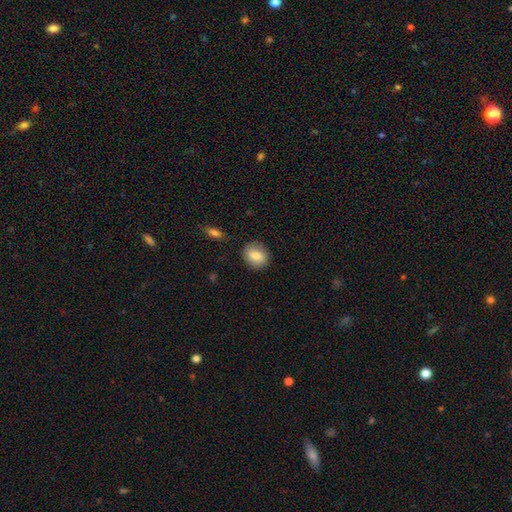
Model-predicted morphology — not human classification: type=smooth (81%); roundness=round (61%); merging=none (85%).